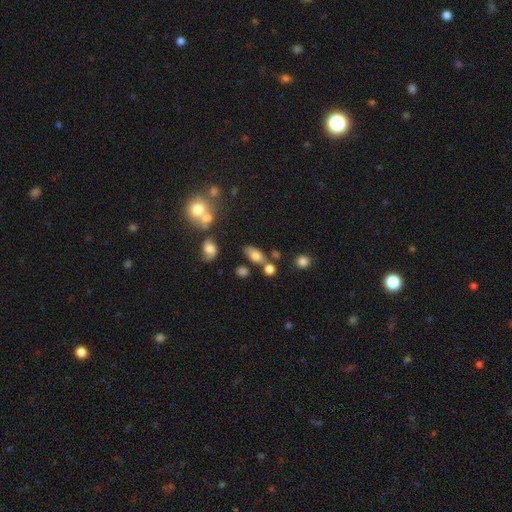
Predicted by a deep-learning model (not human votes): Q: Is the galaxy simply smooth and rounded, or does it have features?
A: smooth — 71%.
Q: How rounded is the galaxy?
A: in between — 81%.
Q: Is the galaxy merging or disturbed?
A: none — 60%.